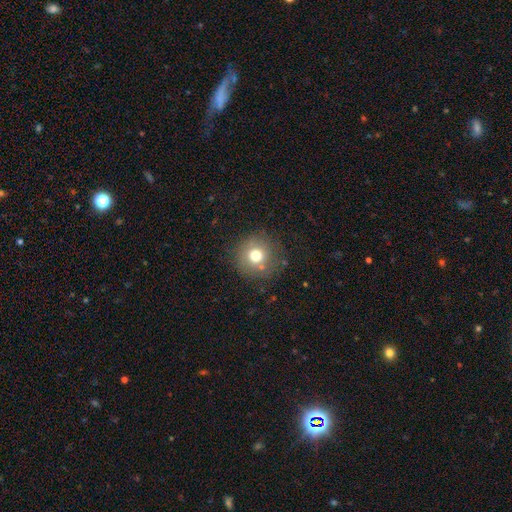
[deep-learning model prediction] A smooth galaxy with no disk features (72%) that is round (94%).

Vote fractions:
- Smooth or featured? smooth: 72% / featured or disk: 14% / star or artifact: 13%
- How rounded? round: 94% / in between: 5% / cigar-shaped: 1%
- Merging? none: 80% / minor disturbance: 12% / major disturbance: 5% / merger: 4%